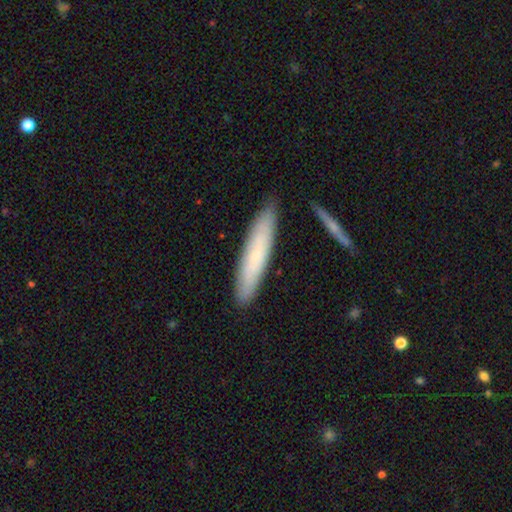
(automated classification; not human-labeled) Smooth or featured: smooth — 63% (featured or disk — 31%)
How rounded: cigar-shaped — 85% (in between — 14%)
Merging: none — 85% (minor disturbance — 11%)